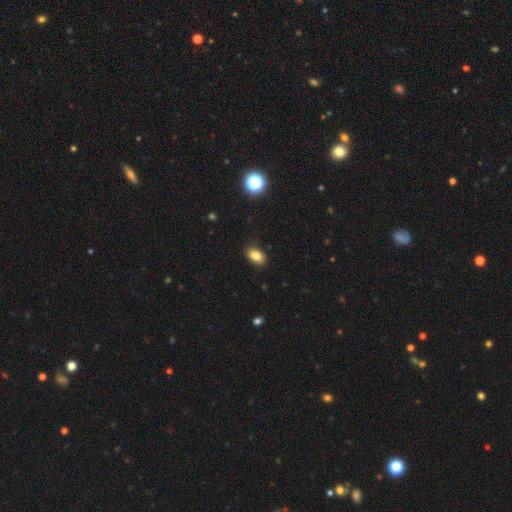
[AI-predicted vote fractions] This is clearly a smooth galaxy (83%). How rounded: clearly in between (86%). Merging: clearly none (86%).